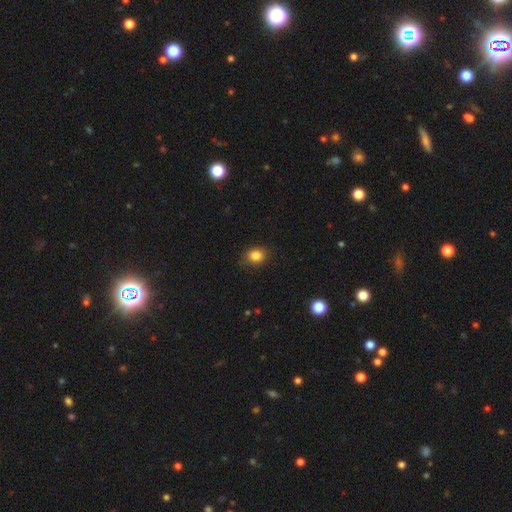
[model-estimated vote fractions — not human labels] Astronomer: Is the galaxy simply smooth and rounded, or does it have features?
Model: smooth — 84%.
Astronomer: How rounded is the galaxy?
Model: round — 56% (runner-up: in between, 43%).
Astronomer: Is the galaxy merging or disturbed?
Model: none — 84%.